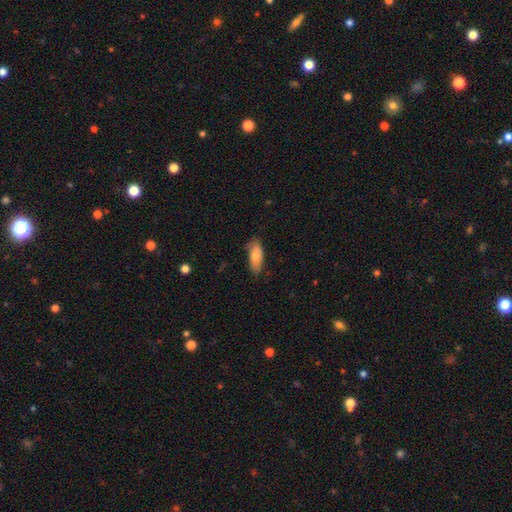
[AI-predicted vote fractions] Smooth or featured? Predicted: smooth (p=0.79). How rounded? Predicted: in between (p=0.78). Merging? Predicted: none (p=0.76).